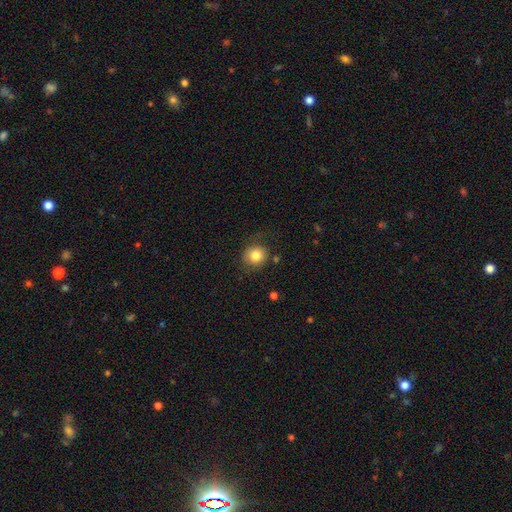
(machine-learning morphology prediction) The model was most divided on "merging": none: 77%, minor disturbance: 15%, major disturbance: 6%, merger: 2%. More confident: how rounded — round (86%); smooth or featured — smooth (81%).